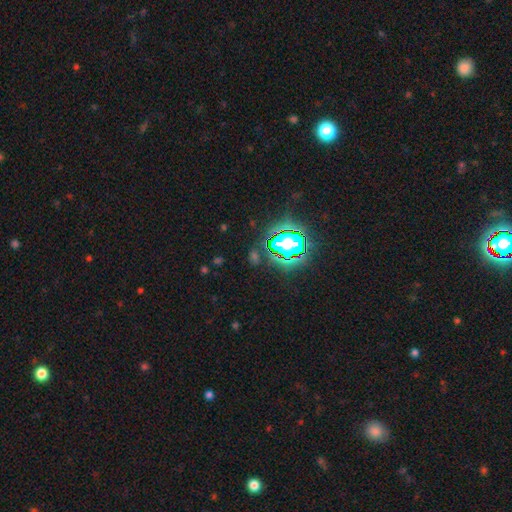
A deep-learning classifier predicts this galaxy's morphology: The model was most divided on "smooth or featured": star or artifact: 65%, smooth: 23%, featured or disk: 12%.